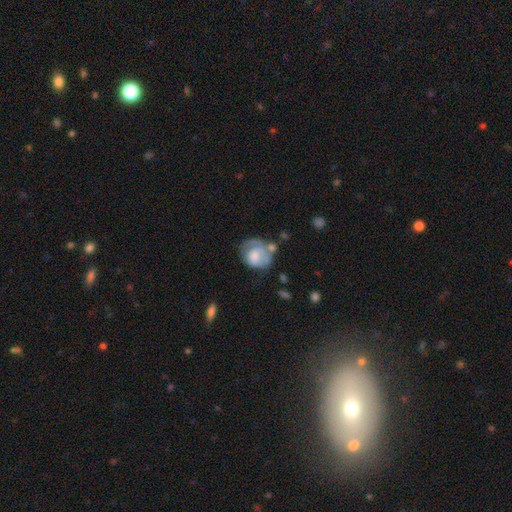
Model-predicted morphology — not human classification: Smooth or featured: smooth — 53% (featured or disk — 39%)
How rounded: round — 63% (in between — 36%)
Merging: none — 36% (minor disturbance — 28%)